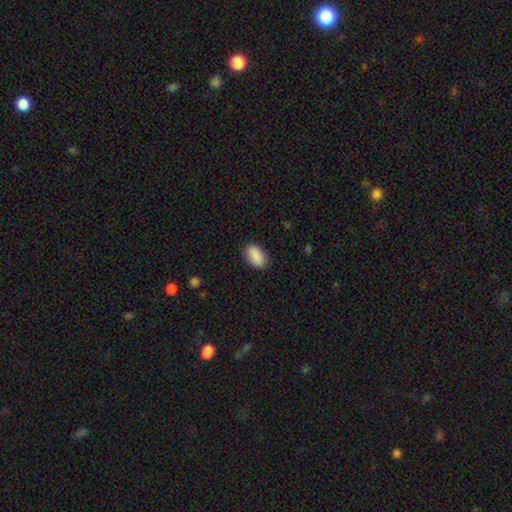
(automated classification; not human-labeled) This appears to be a smooth galaxy with no disk features (90%) that is in between round and cigar-shaped (93%). Merging: none (86%).